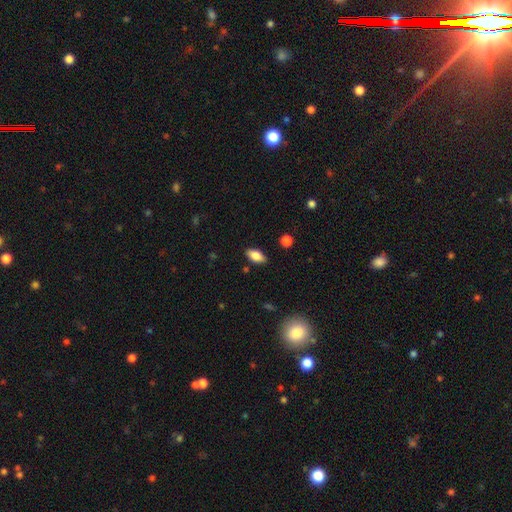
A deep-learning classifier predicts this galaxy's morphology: type=smooth (80%); roundness=in between (89%); merging=none (86%).